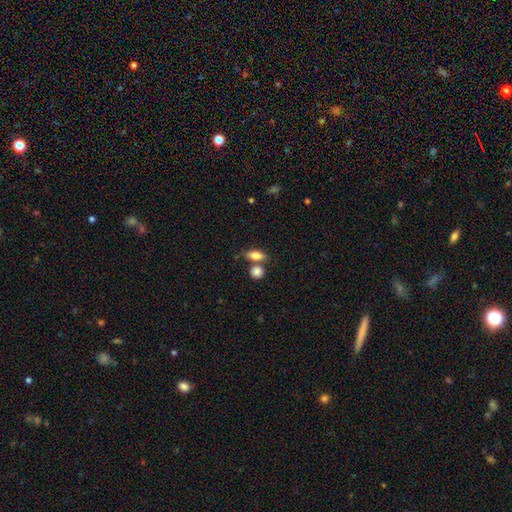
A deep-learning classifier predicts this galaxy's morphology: Overall: smooth (74%). How rounded: in between (71%). Merging: none (60%; merger 24%).